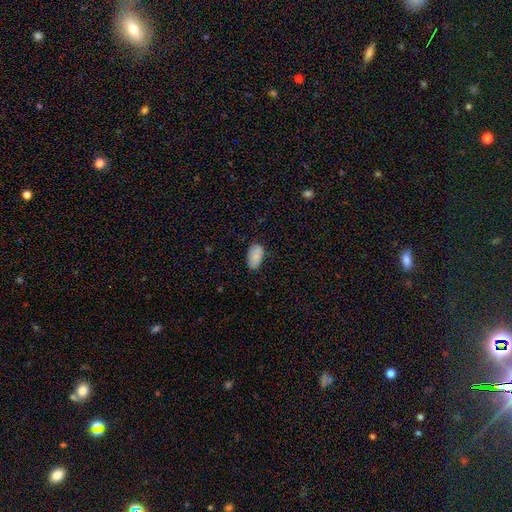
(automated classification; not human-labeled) smooth_or_featured: smooth (p=0.86) [alt: featured or disk p=0.07]
how_rounded: in between (p=0.94) [alt: round p=0.04]
merging: none (p=0.76) [alt: minor disturbance p=0.19]